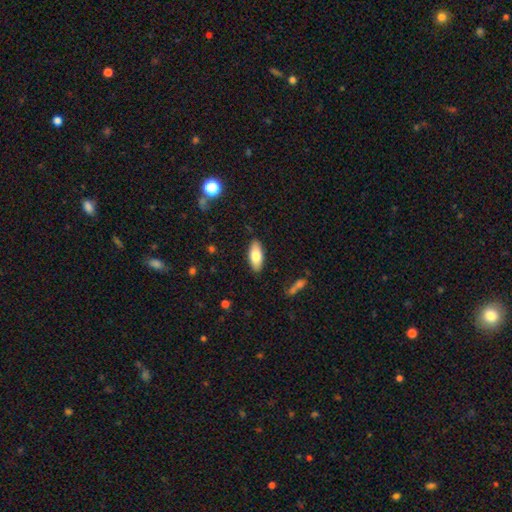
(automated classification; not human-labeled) Smooth or featured: smooth — 77% (featured or disk — 17%)
How rounded: in between — 83% (cigar-shaped — 15%)
Merging: none — 87% (minor disturbance — 9%)